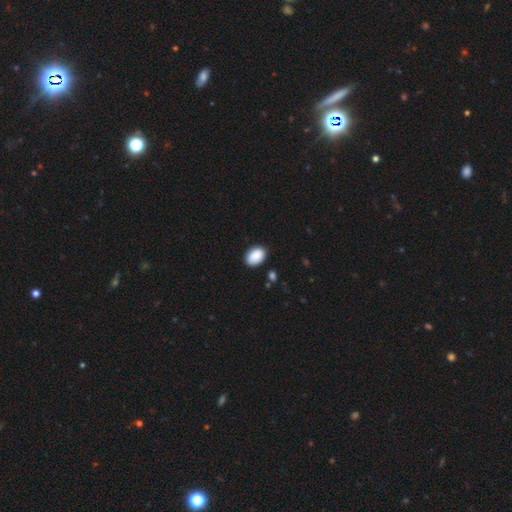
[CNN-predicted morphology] A smooth galaxy with no disk features (89%) that is in between round and cigar-shaped (86%). Merging: none (86%).